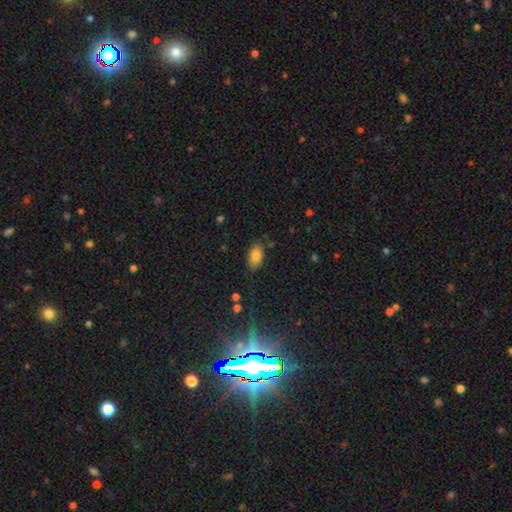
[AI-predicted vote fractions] Smooth or featured: smooth — 82% (star or artifact — 9%)
How rounded: in between — 91% (round — 6%)
Merging: none — 79% (minor disturbance — 15%)